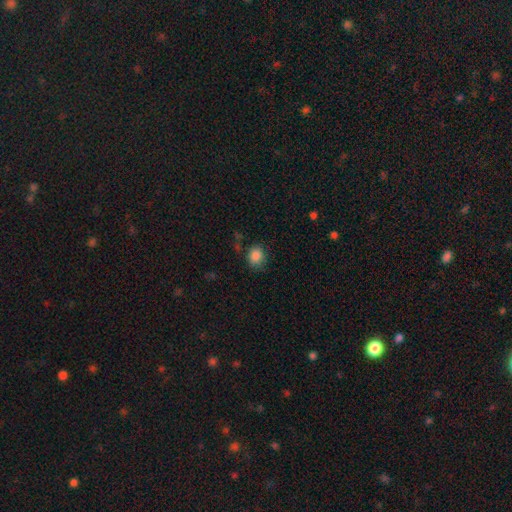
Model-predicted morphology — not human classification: Smooth or featured: smooth — 86% (star or artifact — 10%)
How rounded: round — 63% (in between — 36%)
Merging: none — 76% (minor disturbance — 16%)